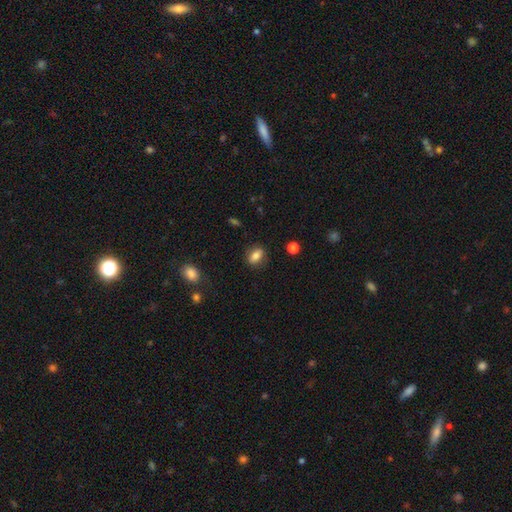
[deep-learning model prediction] Smooth or featured?
  - smooth: 81% *
  - featured or disk: 11%
  - star or artifact: 9%
How rounded?
  - in between: 77% *
  - round: 17%
  - cigar-shaped: 5%
Merging?
  - none: 84% *
  - minor disturbance: 11%
  - major disturbance: 3%
  - merger: 1%